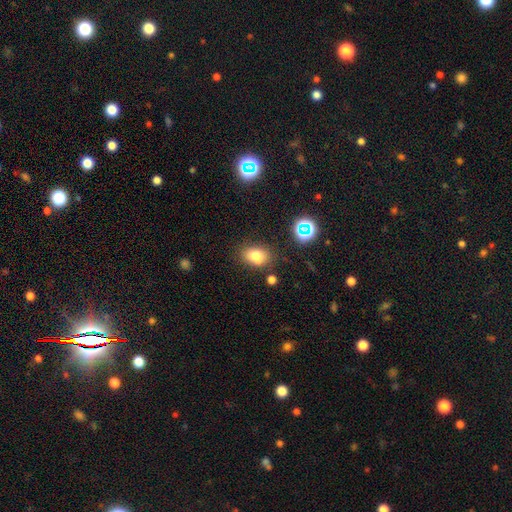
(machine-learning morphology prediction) The model was most divided on "merging": none: 60%, merger: 17%, minor disturbance: 17%, major disturbance: 5%. More confident: how rounded — in between (73%); smooth or featured — smooth (73%).